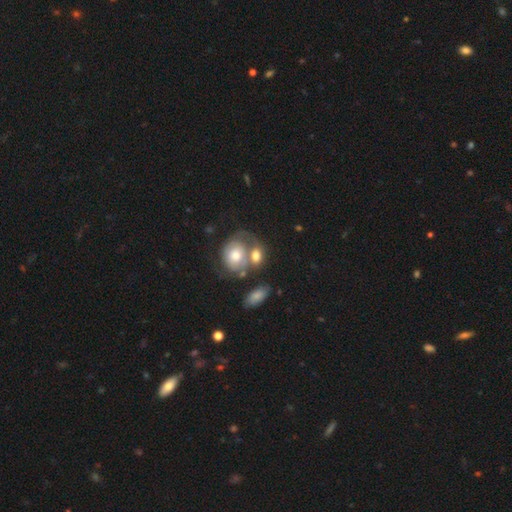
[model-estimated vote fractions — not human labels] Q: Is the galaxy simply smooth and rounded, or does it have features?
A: smooth — 60%.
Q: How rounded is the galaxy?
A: in between — 54%.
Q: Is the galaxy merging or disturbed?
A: merger — 53%.